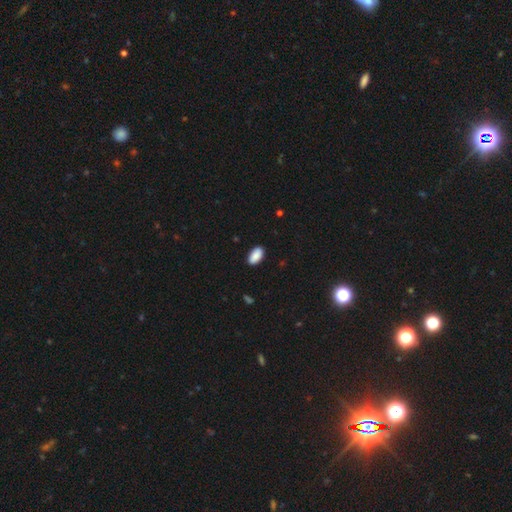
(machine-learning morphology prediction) smooth_or_featured: smooth (p=0.89) [alt: star or artifact p=0.07]
how_rounded: in between (p=0.94) [alt: cigar-shaped p=0.03]
merging: none (p=0.88) [alt: minor disturbance p=0.09]